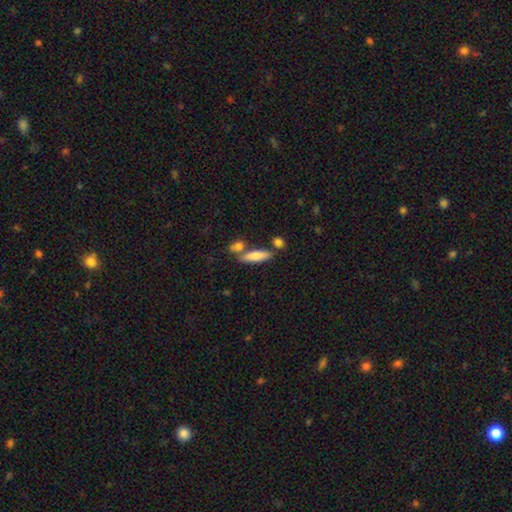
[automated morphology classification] Smooth or featured? smooth (77%)
How rounded? cigar-shaped (62%)
Merging? none (67%)